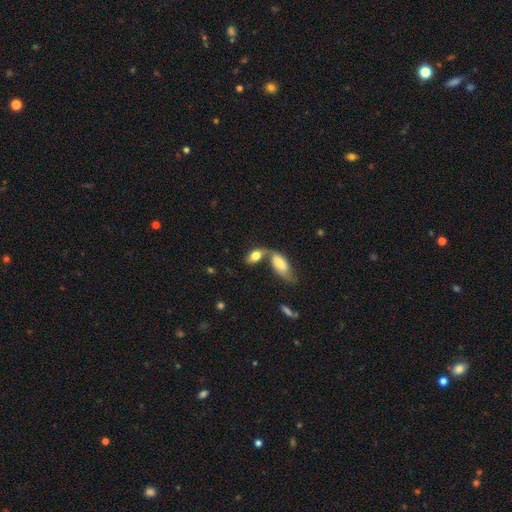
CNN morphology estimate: type=smooth (73%); roundness=in between (86%); merging=merger (56%).